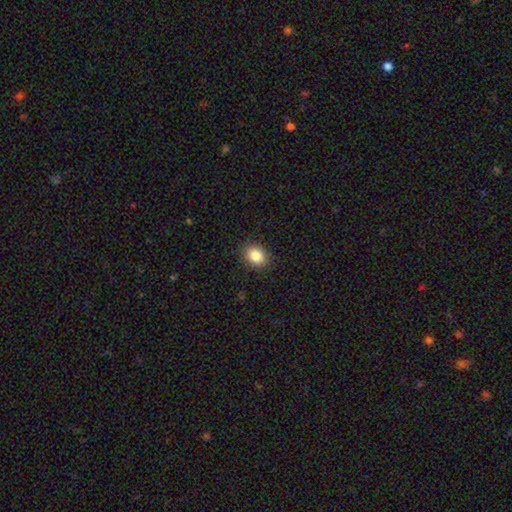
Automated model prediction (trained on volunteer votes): smooth_or_featured: smooth (p=0.87) [alt: star or artifact p=0.09]
how_rounded: round (p=0.50) [tied with: in between p=0.50]
merging: none (p=0.88) [alt: minor disturbance p=0.08]